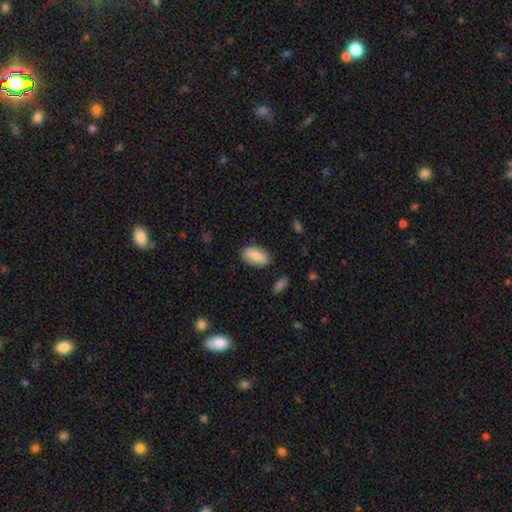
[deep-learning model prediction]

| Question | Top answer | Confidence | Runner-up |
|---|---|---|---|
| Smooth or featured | smooth | 82% | featured or disk (11%) |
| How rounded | in between | 92% | cigar-shaped (4%) |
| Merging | none | 82% | minor disturbance (13%) |